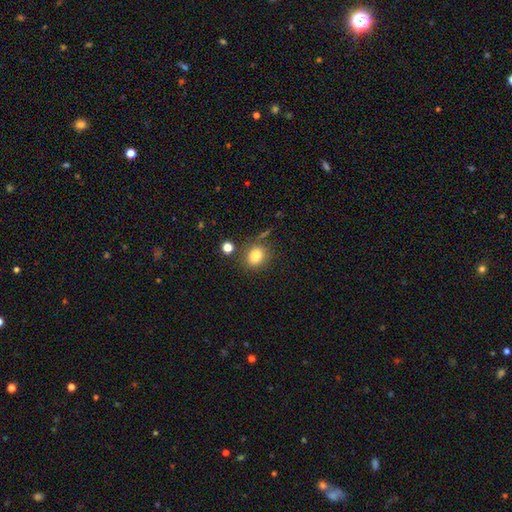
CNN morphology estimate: Smooth or featured?
  - smooth: 83% *
  - star or artifact: 11%
  - featured or disk: 7%
How rounded?
  - round: 55% *
  - in between: 44%
  - cigar-shaped: 1%
Merging?
  - none: 72% *
  - minor disturbance: 15%
  - merger: 9%
  - major disturbance: 5%